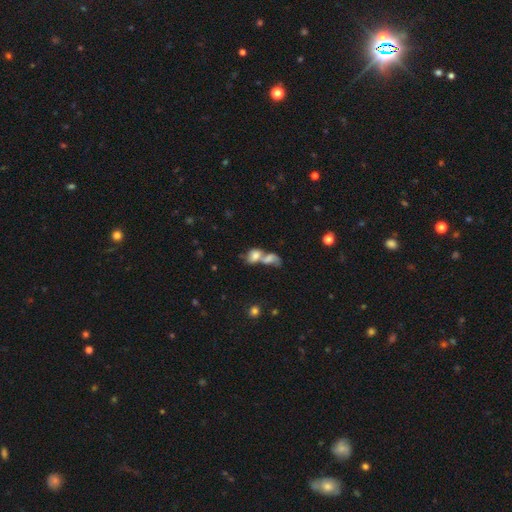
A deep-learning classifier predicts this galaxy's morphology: A smooth galaxy with no disk features (63%) that is in between round and cigar-shaped (74%). Merging: merger (76%).